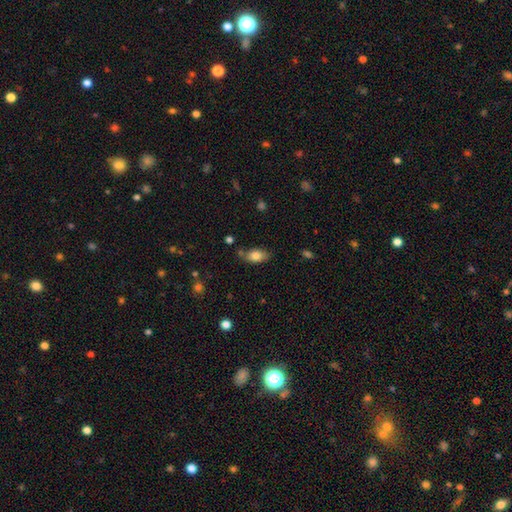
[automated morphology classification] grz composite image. It shows a smooth galaxy with no disk features (80%) that is in between round and cigar-shaped (89%). Merging: none (69%).